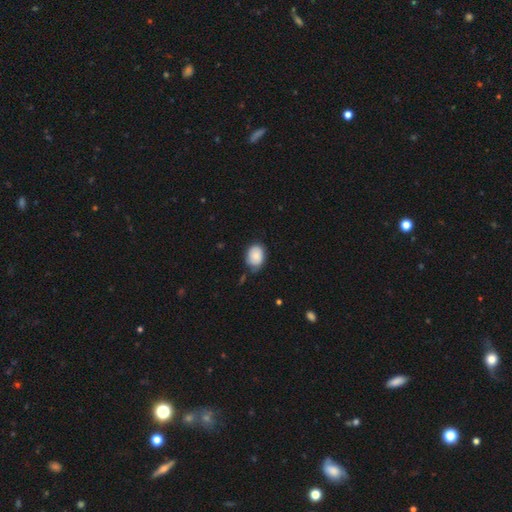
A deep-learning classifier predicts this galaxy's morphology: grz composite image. It shows a smooth galaxy with no disk features (80%) that is in between round and cigar-shaped (67%). Merging: none (64%).